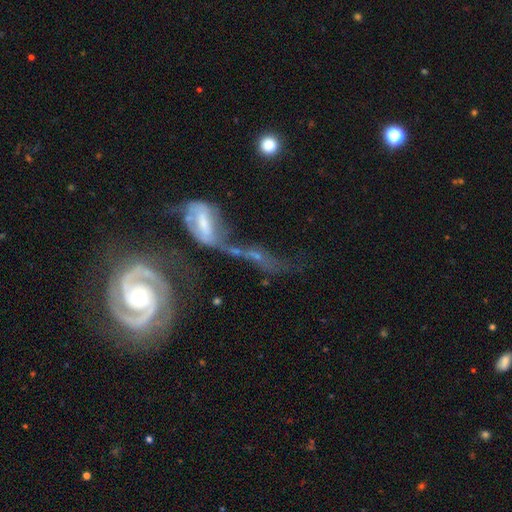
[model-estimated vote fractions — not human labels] Smooth or featured?
  - featured or disk: 79% *
  - smooth: 11%
  - star or artifact: 10%
Edge-on disk?
  - no: 92% *
  - yes: 8%
Bar?
  - no: 44% *
  - weak: 35%
  - strong: 21%
Spiral arms?
  - yes: 90% *
  - no: 10%
Spiral winding?
  - tight: 41% *
  - medium: 39%
  - loose: 20%
Spiral arm count?
  - 2: 82% *
  - can't tell: 9%
  - 1: 3%
  - 3: 3%
  - 4: 2%
  - more than 4: 2%
Bulge size?
  - small: 48% *
  - moderate: 42%
  - none: 5%
  - large: 3%
  - dominant: 2%
Merging?
  - merger: 41% *
  - none: 25%
  - major disturbance: 19%
  - minor disturbance: 15%